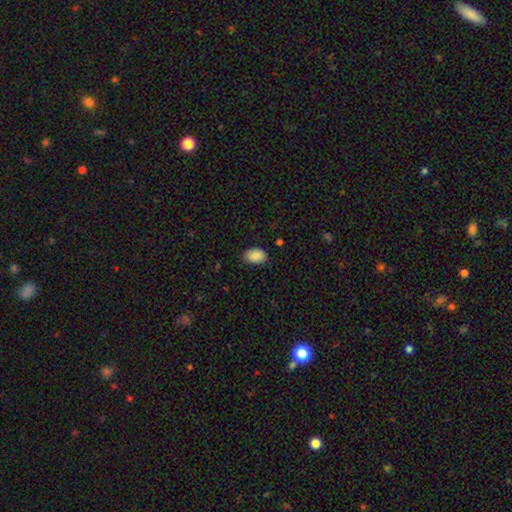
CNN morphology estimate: Smooth or featured? smooth (89%)
How rounded? in between (88%)
Merging? none (81%)